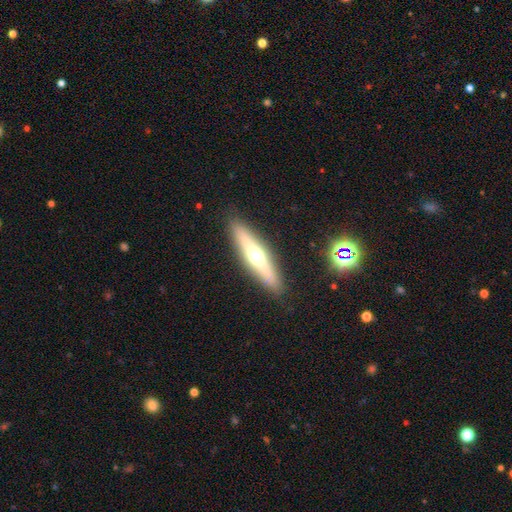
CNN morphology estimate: This is possibly a featured or disk galaxy (55%). It is clearly viewed edge-on (92%). Edge-on bulge: clearly rounded (92%). Merging: clearly none (90%).